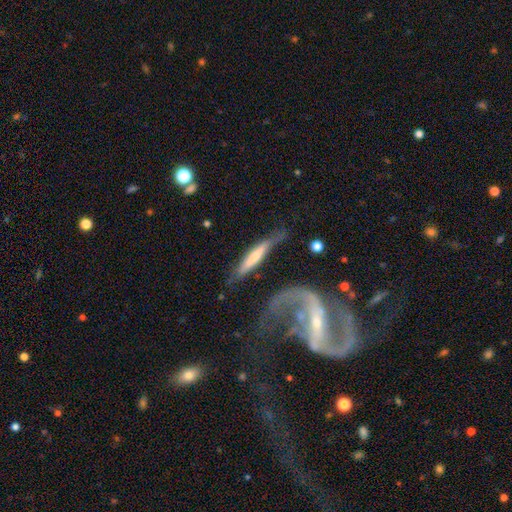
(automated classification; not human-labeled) Smooth or featured? featured or disk (50%)
Merging? none (50%)